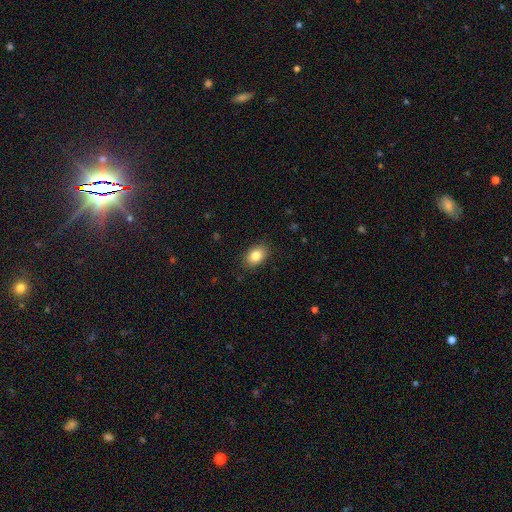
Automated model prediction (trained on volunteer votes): Smooth or featured: smooth — 84% (star or artifact — 9%)
How rounded: in between — 80% (round — 19%)
Merging: none — 88% (minor disturbance — 9%)